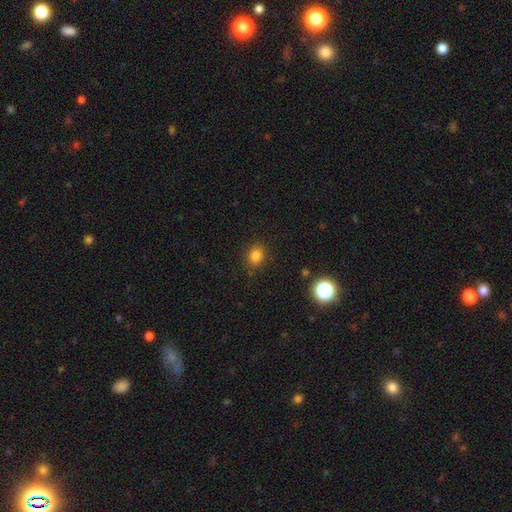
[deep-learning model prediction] Smooth or featured?
  - smooth: 81% *
  - star or artifact: 14%
  - featured or disk: 5%
How rounded?
  - round: 63% *
  - in between: 36%
  - cigar-shaped: 1%
Merging?
  - none: 85% *
  - minor disturbance: 11%
  - major disturbance: 3%
  - merger: 2%